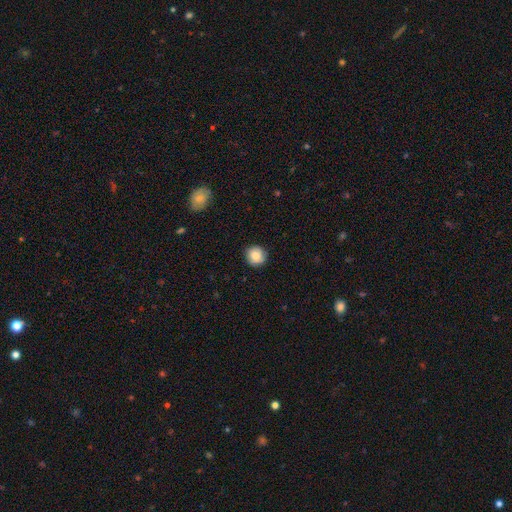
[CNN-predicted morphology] Smooth or featured? Predicted: smooth (p=0.81). How rounded? Predicted: round (p=0.92). Merging? Predicted: none (p=0.85).